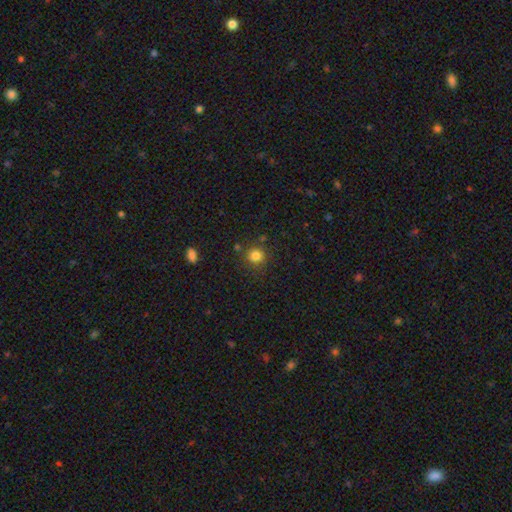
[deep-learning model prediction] A smooth galaxy with no disk features (82%) that is round (90%).

Vote fractions:
- Smooth or featured? smooth: 82% / star or artifact: 13% / featured or disk: 5%
- How rounded? round: 90% / in between: 9% / cigar-shaped: 1%
- Merging? none: 82% / minor disturbance: 9% / merger: 5% / major disturbance: 3%